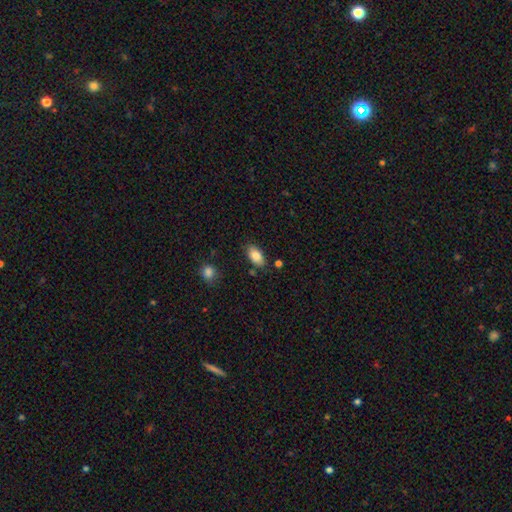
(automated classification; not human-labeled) This is clearly a smooth galaxy (85%). How rounded: clearly in between (93%). Merging: likely none (80%).